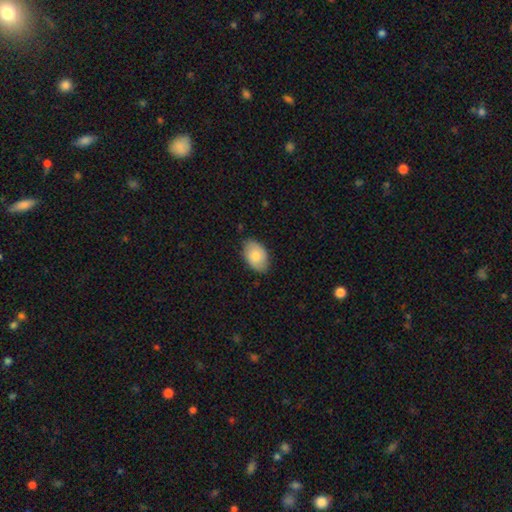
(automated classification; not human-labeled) smooth_or_featured: smooth (p=0.80) [alt: featured or disk p=0.14]
how_rounded: in between (p=0.90) [alt: round p=0.09]
merging: none (p=0.81) [alt: minor disturbance p=0.16]